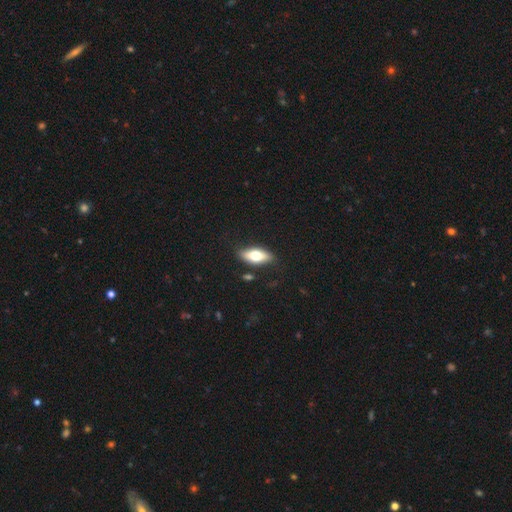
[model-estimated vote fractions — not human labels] Morphology: type=smooth (64%); roundness=in between (79%); merging=none (82%).